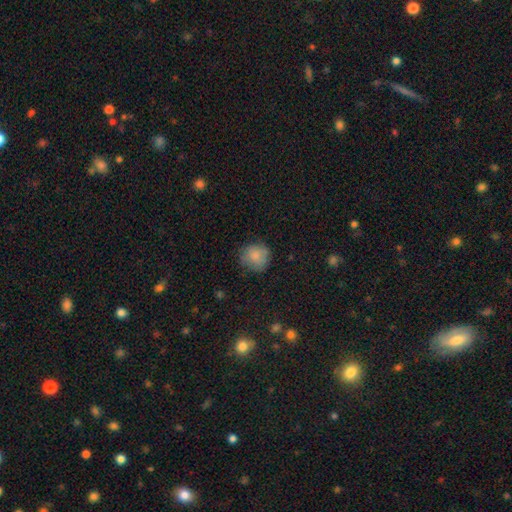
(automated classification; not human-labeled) This appears to be a smooth galaxy with no disk features (84%) that is round (89%). Merging: none (74%).